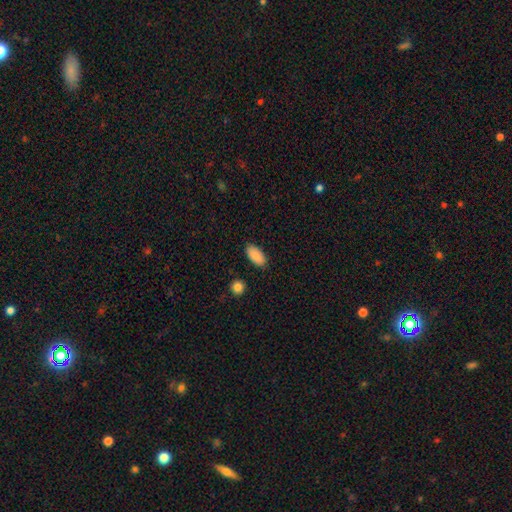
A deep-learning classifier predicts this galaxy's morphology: smooth-or-featured: smooth: 89% | star or artifact: 7% | featured or disk: 4%
  how-rounded: in between: 92% | cigar-shaped: 5% | round: 3%
  merging: none: 88% | minor disturbance: 8% | major disturbance: 2% | merger: 2%